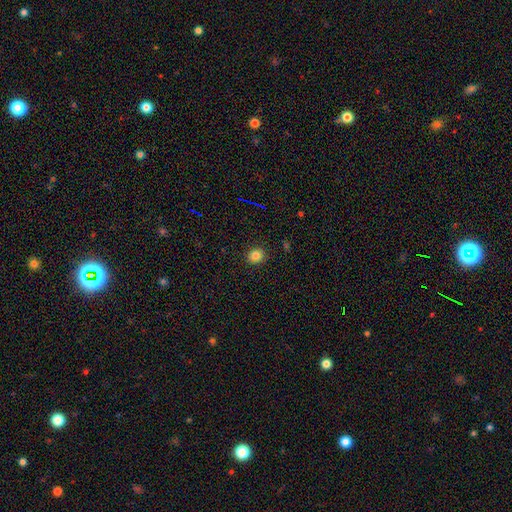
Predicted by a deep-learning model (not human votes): smooth-or-featured: smooth: 83% | star or artifact: 12% | featured or disk: 5%
  how-rounded: round: 84% | in between: 16% | cigar-shaped: 1%
  merging: none: 91% | minor disturbance: 6% | major disturbance: 2% | merger: 1%